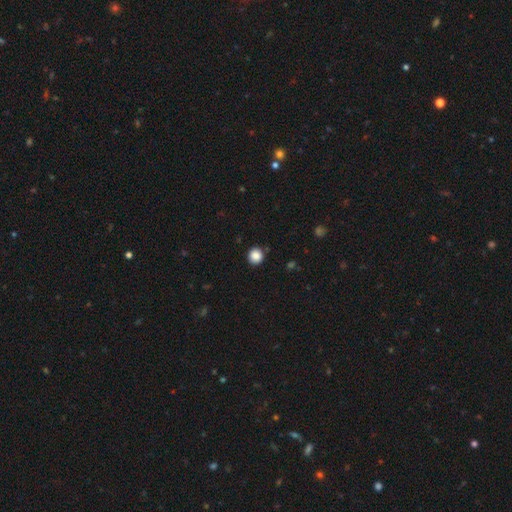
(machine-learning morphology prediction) Smooth or featured? Predicted: smooth (p=0.87). How rounded? Predicted: round (p=0.92). Merging? Predicted: none (p=0.89).